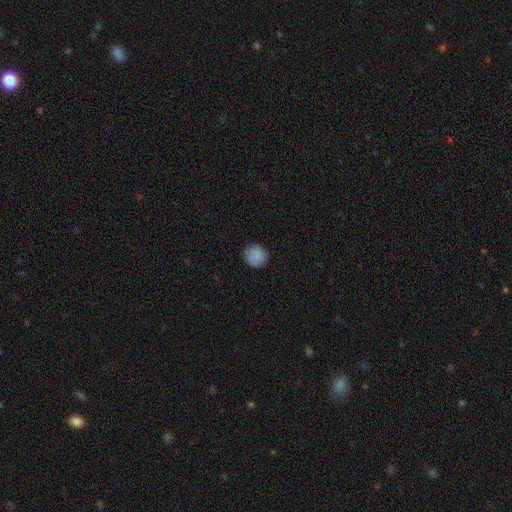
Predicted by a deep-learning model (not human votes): Smooth or featured: smooth — 88% (star or artifact — 8%)
How rounded: round — 92% (in between — 7%)
Merging: none — 88% (minor disturbance — 9%)